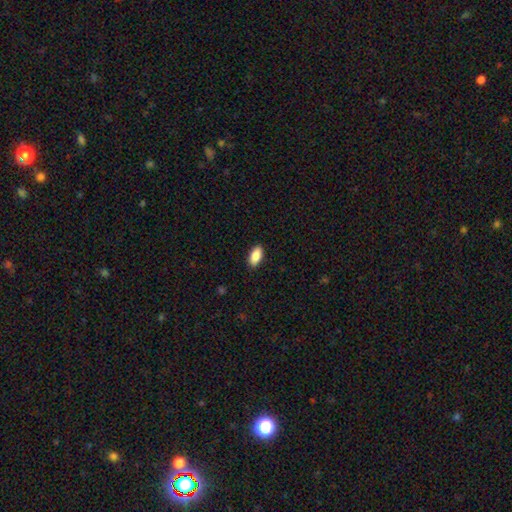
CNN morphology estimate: This appears to be a smooth galaxy with no disk features (87%) that is in between round and cigar-shaped (93%). Merging: none (90%).